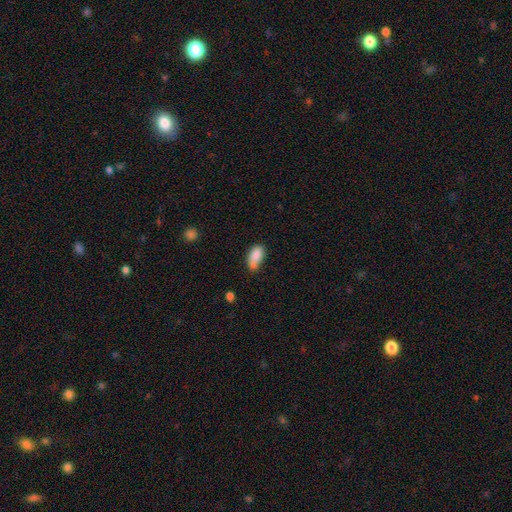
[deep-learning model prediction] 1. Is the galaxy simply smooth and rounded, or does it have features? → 82% smooth, 10% featured or disk, 8% star or artifact.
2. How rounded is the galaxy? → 90% in between, 6% round, 4% cigar-shaped.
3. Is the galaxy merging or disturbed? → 42% none, 26% merger, 25% minor disturbance, 8% major disturbance.